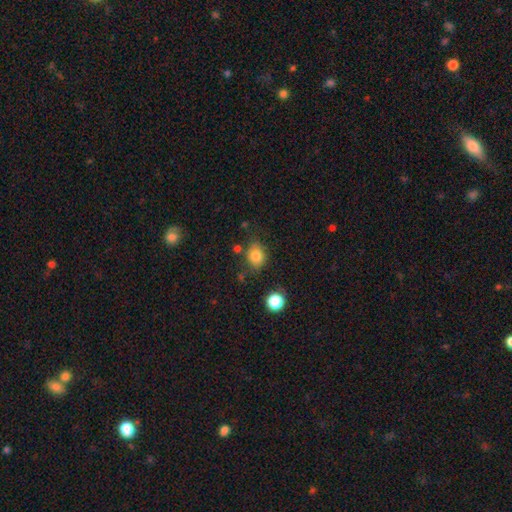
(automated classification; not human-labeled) smooth-or-featured: smooth: 80% | star or artifact: 12% | featured or disk: 8%
  how-rounded: round: 53% | in between: 46% | cigar-shaped: 1%
  merging: none: 73% | minor disturbance: 17% | merger: 5% | major disturbance: 5%